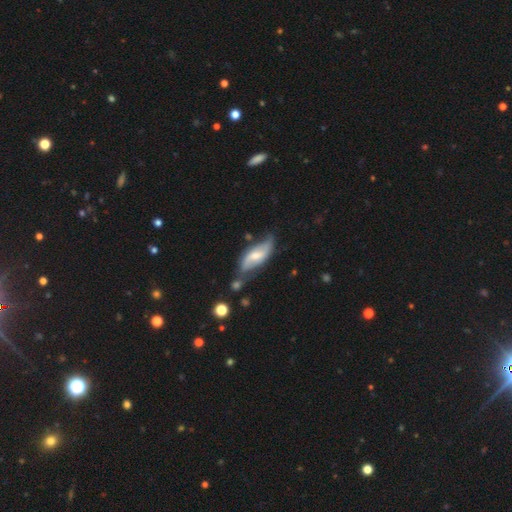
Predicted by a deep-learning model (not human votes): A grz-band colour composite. It shows a featured or disk galaxy (68%) with a weak bar (47%), 2 (86%) loose (66%) spiral arms (86%) and a moderate central bulge (50%). Merging: none (54%).